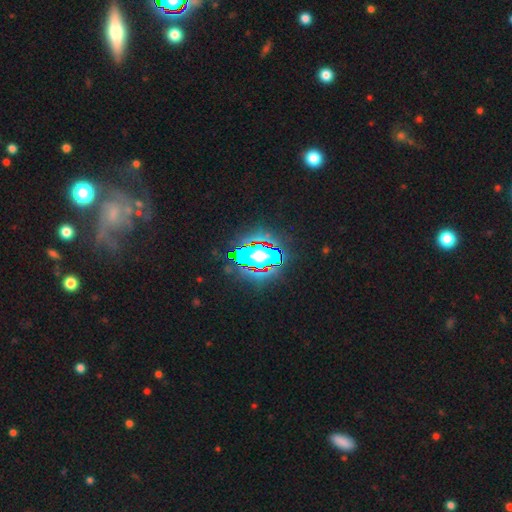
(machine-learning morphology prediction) Smooth or featured? Predicted: star or artifact (p=0.71).